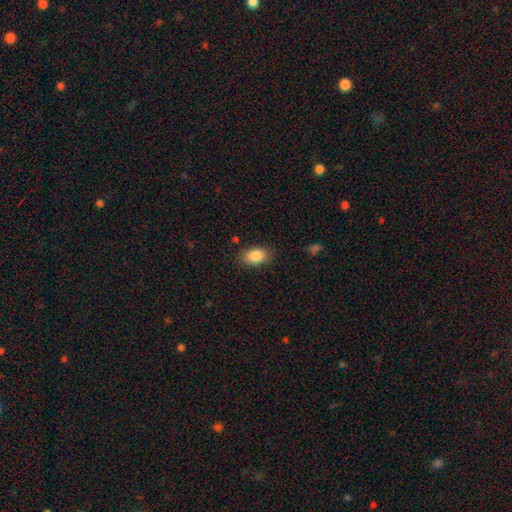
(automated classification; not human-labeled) A smooth galaxy with no disk features (87%) that is in between round and cigar-shaped (88%). Merging: none (84%).